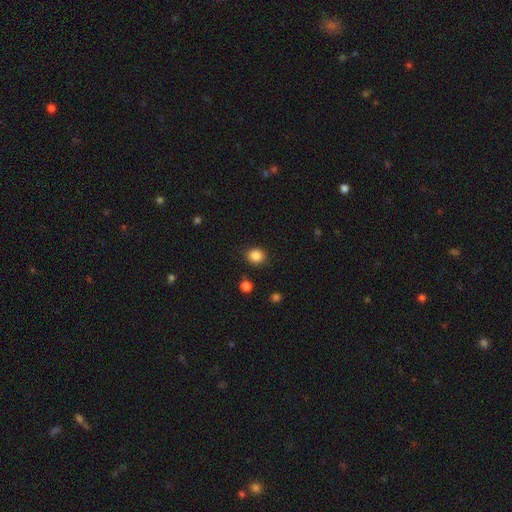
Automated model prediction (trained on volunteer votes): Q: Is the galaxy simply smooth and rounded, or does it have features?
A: smooth — 86%.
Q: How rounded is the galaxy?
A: round — 80%.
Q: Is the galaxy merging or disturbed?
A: none — 87%.